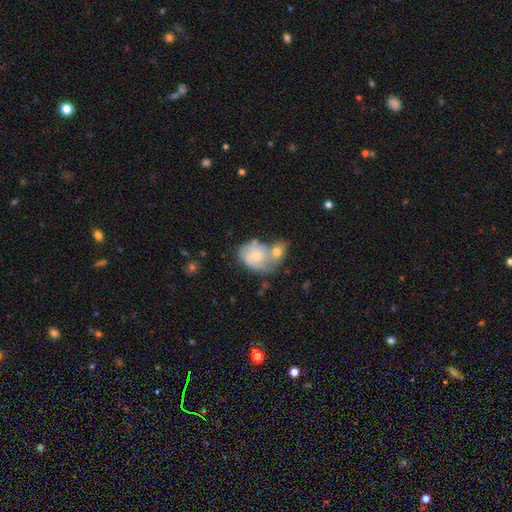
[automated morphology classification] type=featured or disk (51%); edge-on=no (97%); merging=merger (55%).